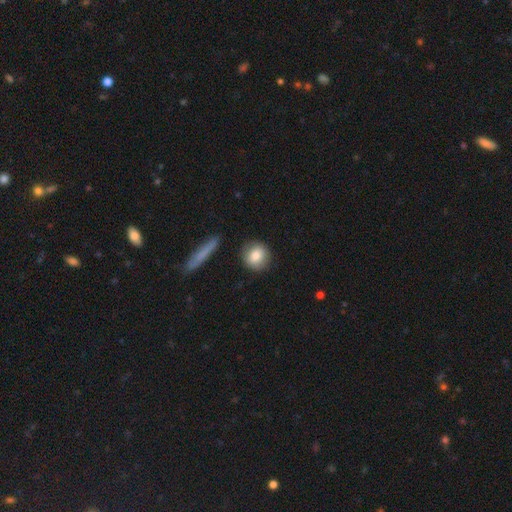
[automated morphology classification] smooth-or-featured: smooth: 82% | featured or disk: 11% | star or artifact: 7%
  how-rounded: round: 85% | in between: 13% | cigar-shaped: 2%
  merging: none: 85% | minor disturbance: 10% | merger: 3% | major disturbance: 3%